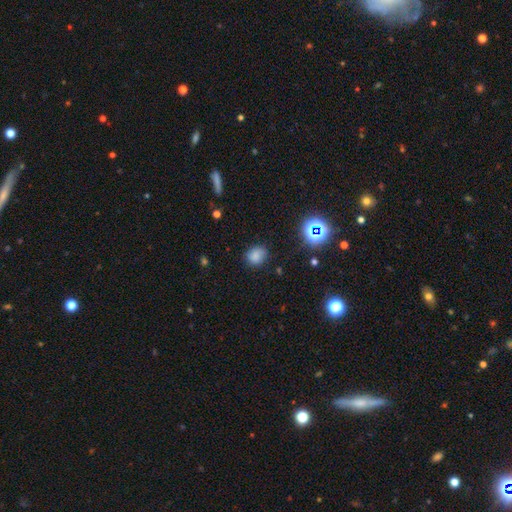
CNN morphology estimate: smooth_or_featured: smooth (p=0.78) [alt: star or artifact p=0.16]
how_rounded: round (p=0.58) [alt: in between p=0.41]
merging: none (p=0.79) [alt: minor disturbance p=0.16]